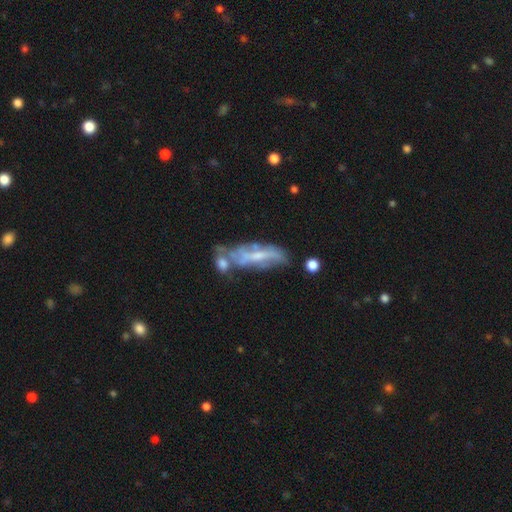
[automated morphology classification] Smooth or featured: featured or disk — 63% (smooth — 28%)
Edge-on disk: no — 69% (yes — 31%)
Merging: merger — 33% (none — 32%)